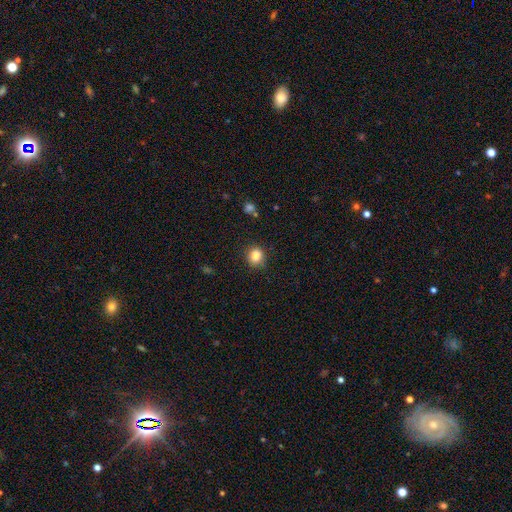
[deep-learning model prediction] Overall: smooth (84%). How rounded: round (79%). Merging: none (85%).